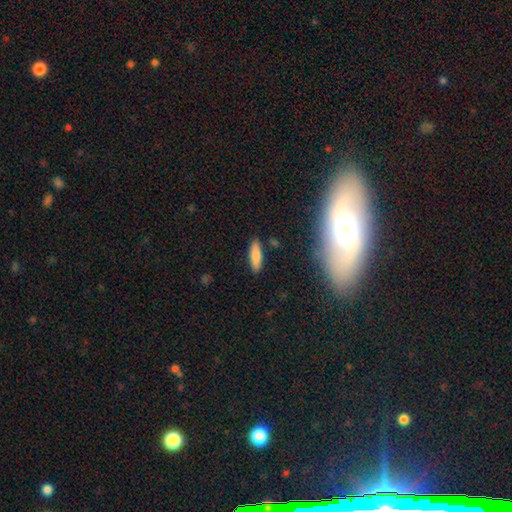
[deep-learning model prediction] smooth_or_featured: smooth (p=0.79) [alt: featured or disk p=0.13]
how_rounded: cigar-shaped (p=0.58) [alt: in between p=0.41]
merging: none (p=0.88) [alt: minor disturbance p=0.09]